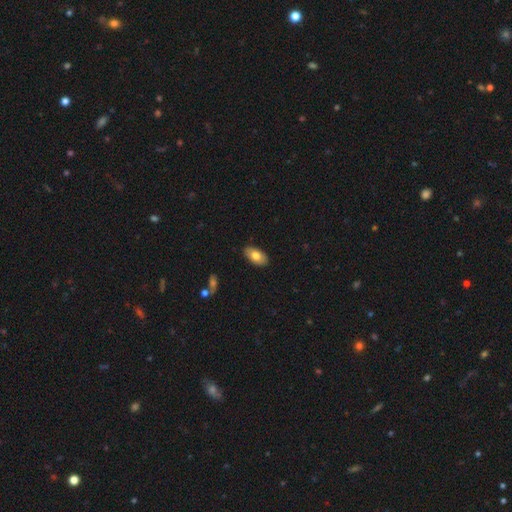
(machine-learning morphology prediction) A smooth galaxy with no disk features (77%) that is in between round and cigar-shaped (94%).

Vote fractions:
- Smooth or featured? smooth: 77% / featured or disk: 17% / star or artifact: 6%
- How rounded? in between: 94% / round: 4% / cigar-shaped: 2%
- Merging? none: 87% / minor disturbance: 11% / major disturbance: 2% / merger: 1%